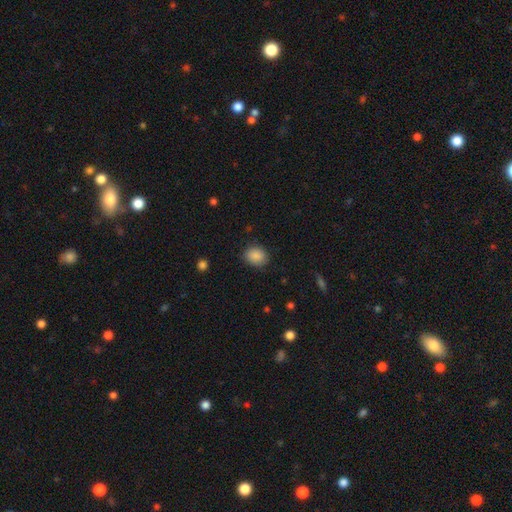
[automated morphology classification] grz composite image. It shows a smooth galaxy with no disk features (88%) that is round (51%). Merging: none (84%).